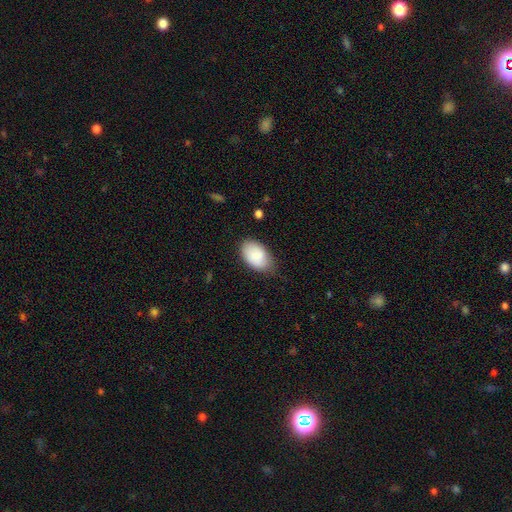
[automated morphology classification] This appears to be a smooth galaxy with no disk features (87%) that is in between round and cigar-shaped (92%). Merging: none (69%).